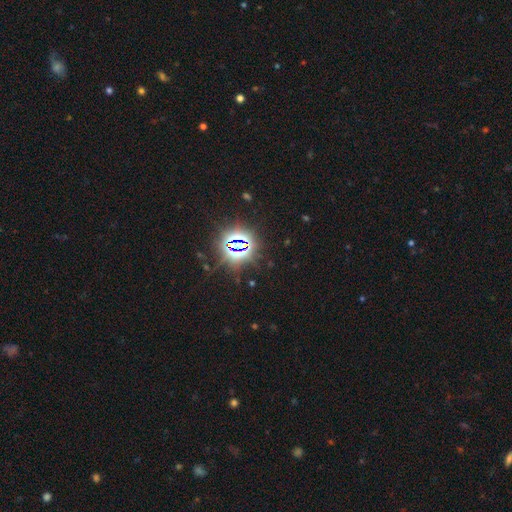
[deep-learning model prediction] Smooth or featured: star or artifact — 82% (smooth — 10%)